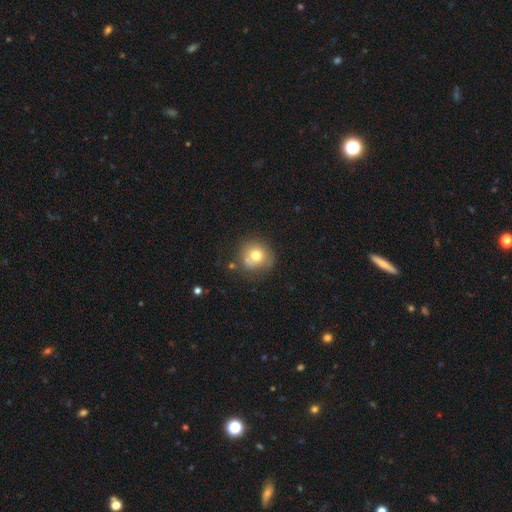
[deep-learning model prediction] This appears to be a smooth galaxy with no disk features (73%) that is round (88%). Merging: none (65%).